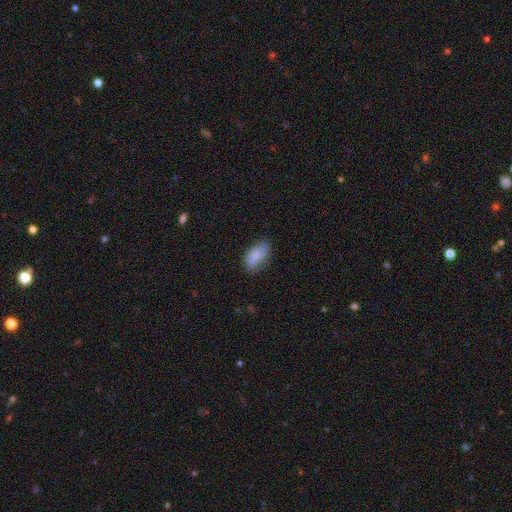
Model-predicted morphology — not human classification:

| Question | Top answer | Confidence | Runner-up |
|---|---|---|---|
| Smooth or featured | smooth | 84% | featured or disk (9%) |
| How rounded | in between | 92% | cigar-shaped (5%) |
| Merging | none | 66% | minor disturbance (26%) |